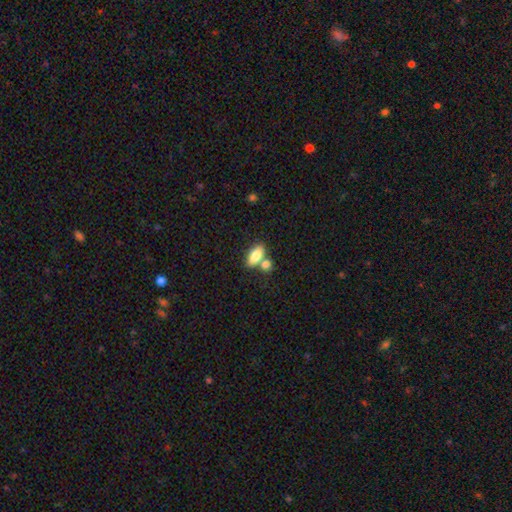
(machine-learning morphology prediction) A smooth galaxy with no disk features (81%) that is in between round and cigar-shaped (82%).

Vote fractions:
- Smooth or featured? smooth: 81% / featured or disk: 12% / star or artifact: 7%
- How rounded? in between: 82% / cigar-shaped: 13% / round: 5%
- Merging? none: 50% / merger: 37% / minor disturbance: 10% / major disturbance: 3%